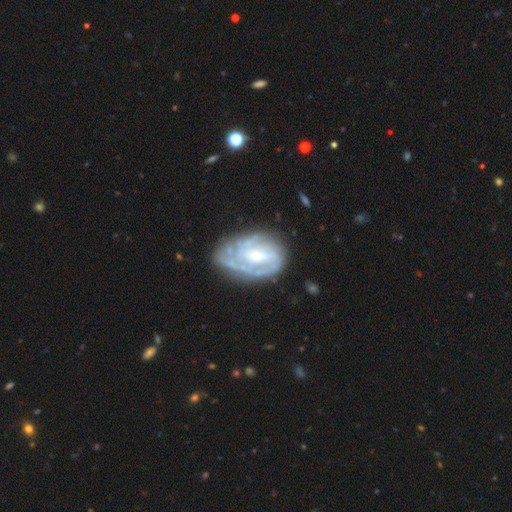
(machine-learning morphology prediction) Smooth or featured? Predicted: featured or disk (p=0.75). Edge-on disk? Predicted: no (p=0.97). Bar? Predicted: no (p=0.52). Spiral arms? Predicted: yes (p=0.81). Spiral winding? Predicted: tight (p=0.57). Spiral arm count? Predicted: can't tell (p=0.44). Bulge size? Predicted: small (p=0.59). Merging? Predicted: none (p=0.58).